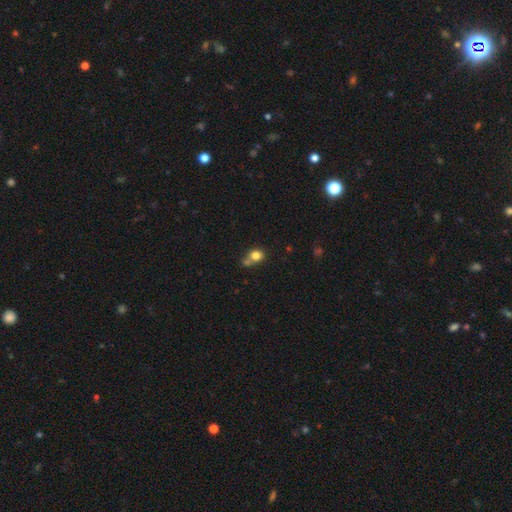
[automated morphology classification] Smooth or featured? smooth (79%)
How rounded? round (75%)
Merging? none (47%)